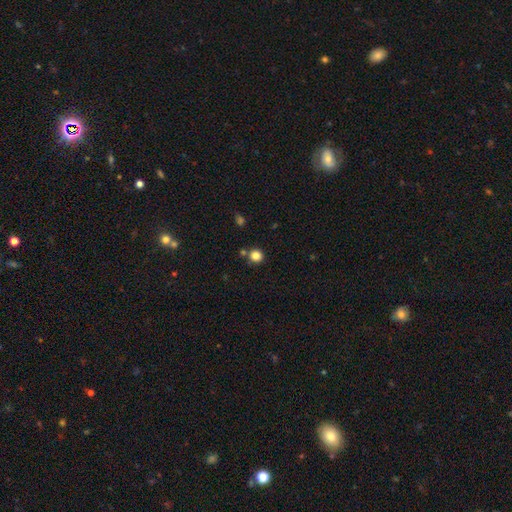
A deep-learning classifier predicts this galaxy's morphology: This appears to be a smooth galaxy with no disk features (83%) that is round (91%). Merging: none (78%).